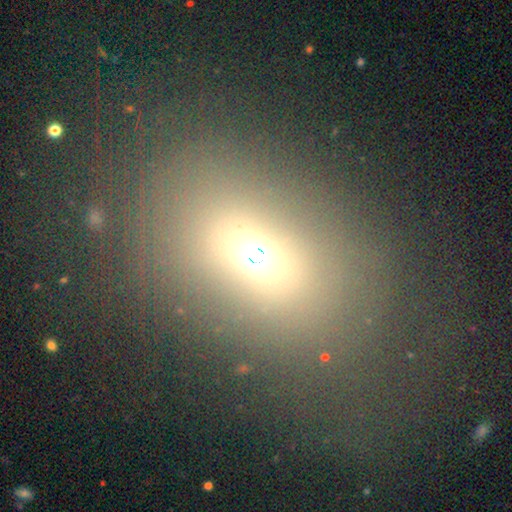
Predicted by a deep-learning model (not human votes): This appears to be a smooth galaxy with no disk features (61%) that is in between round and cigar-shaped (65%). Merging: none (75%).